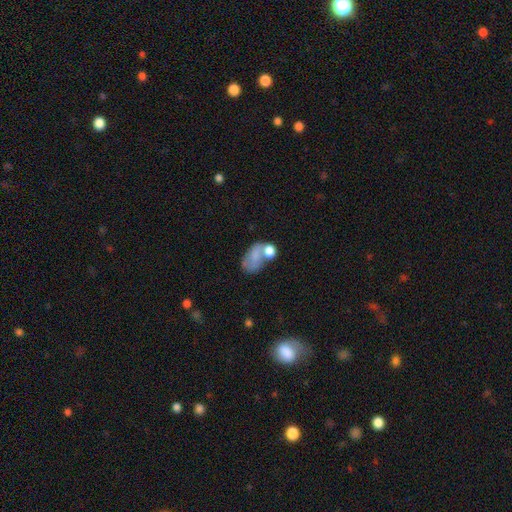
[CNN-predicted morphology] The model was most divided on "merging": merger: 42%, none: 25%, minor disturbance: 17%, major disturbance: 16%. More confident: how rounded — in between (86%); smooth or featured — smooth (67%).